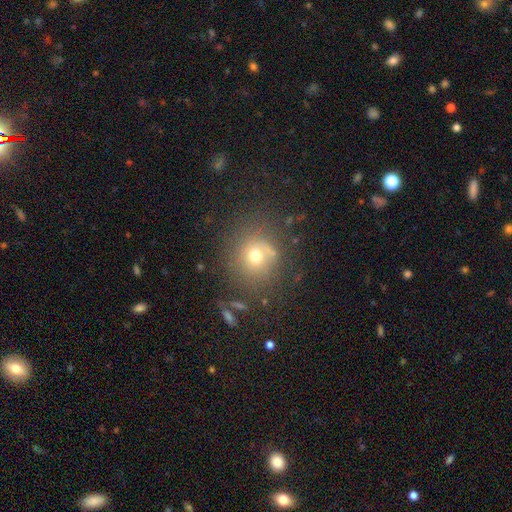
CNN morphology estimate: A smooth galaxy with no disk features (67%) that is round (89%).

Vote fractions:
- Smooth or featured? smooth: 67% / star or artifact: 18% / featured or disk: 15%
- How rounded? round: 89% / in between: 10% / cigar-shaped: 1%
- Merging? none: 73% / minor disturbance: 14% / major disturbance: 7% / merger: 5%